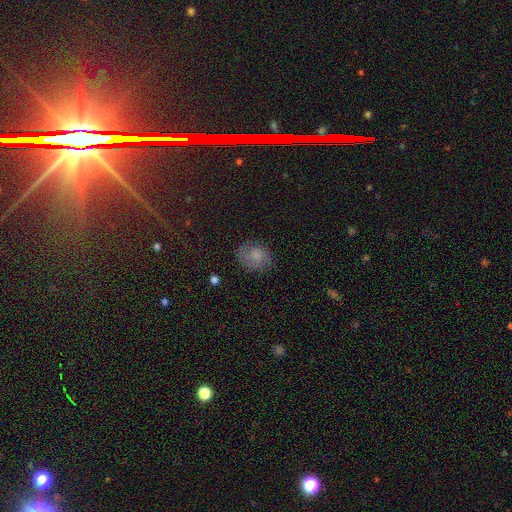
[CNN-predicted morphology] This is possibly a smooth galaxy (55%). How rounded: possibly in between (50%). Merging: likely none (72%).